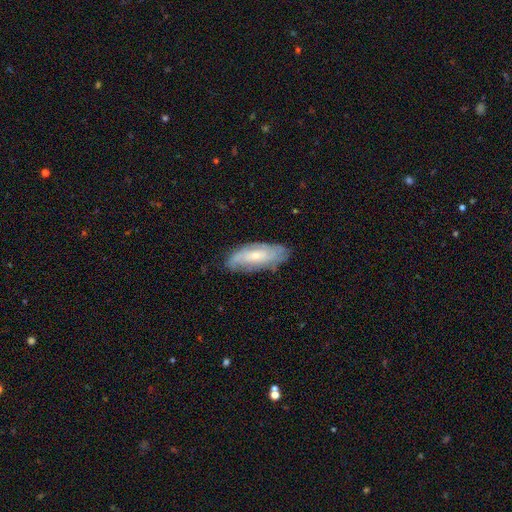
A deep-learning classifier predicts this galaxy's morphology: Smooth or featured? Predicted: featured or disk (p=0.63). Edge-on disk? Predicted: no (p=0.86). Bar? Predicted: no (p=0.64). Spiral arms? Predicted: yes (p=0.84). Bulge size? Predicted: small (p=0.58). Merging? Predicted: none (p=0.75).